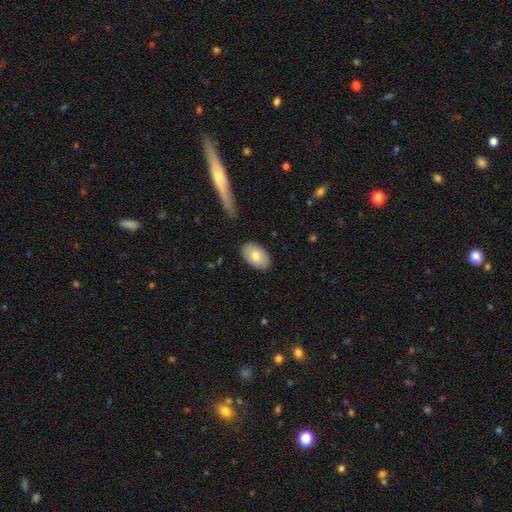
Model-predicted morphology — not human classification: This is likely a smooth galaxy (74%). How rounded: clearly in between (91%). Merging: clearly none (86%).